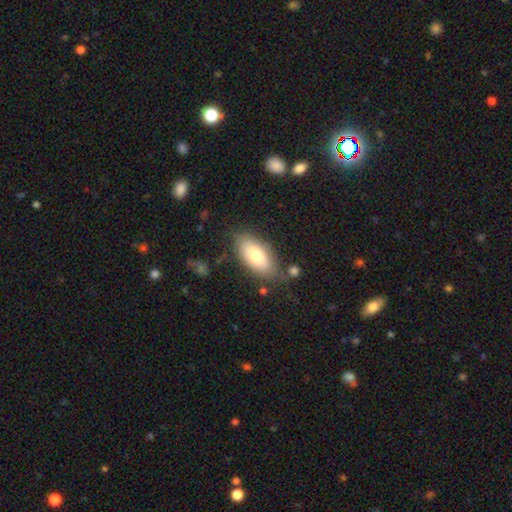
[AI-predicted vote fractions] smooth-or-featured: smooth: 77% | featured or disk: 16% | star or artifact: 7%
  how-rounded: in between: 91% | cigar-shaped: 7% | round: 3%
  merging: none: 76% | minor disturbance: 16% | major disturbance: 5% | merger: 4%